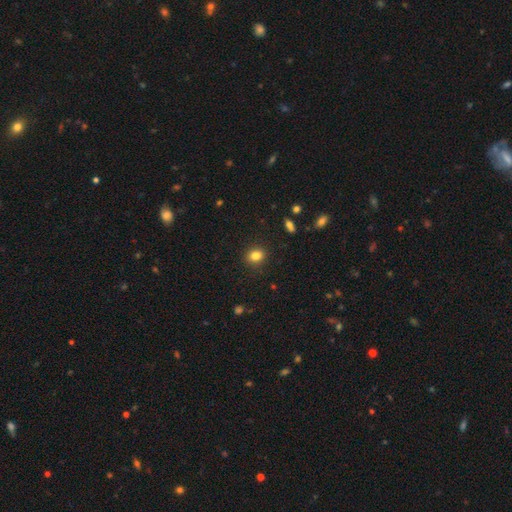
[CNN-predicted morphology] type=smooth (83%); roundness=round (59%); merging=none (89%).